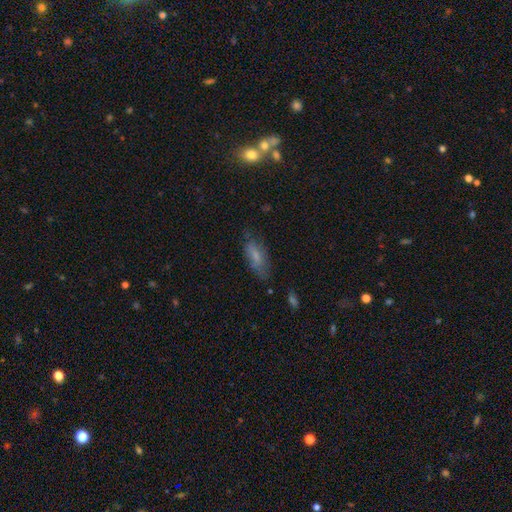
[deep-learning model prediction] smooth_or_featured: smooth (p=0.69) [alt: featured or disk p=0.22]
how_rounded: in between (p=0.72) [alt: cigar-shaped p=0.25]
merging: none (p=0.65) [alt: minor disturbance p=0.24]